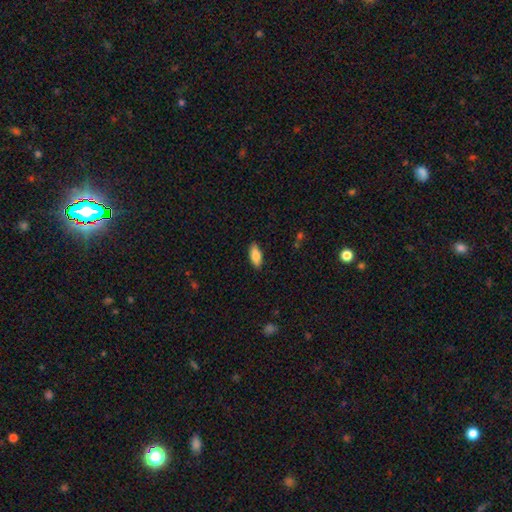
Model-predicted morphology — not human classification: The model was most divided on "how rounded": in between: 82%, cigar-shaped: 16%, round: 2%. More confident: merging — none (89%); smooth or featured — smooth (81%).